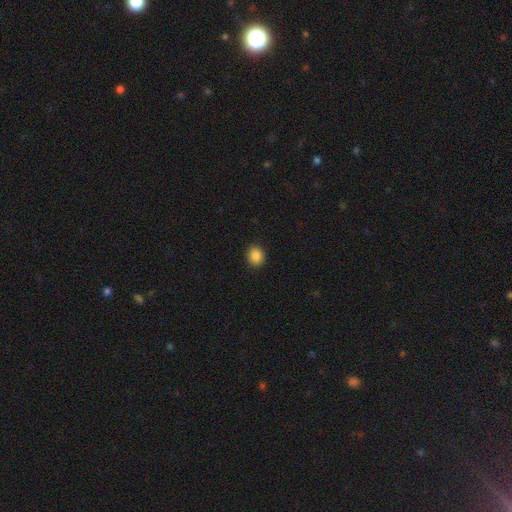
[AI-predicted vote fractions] smooth 87%, star or artifact 10%, featured or disk 3%. Down the decision tree: how rounded — round (74%); merging — none (91%).